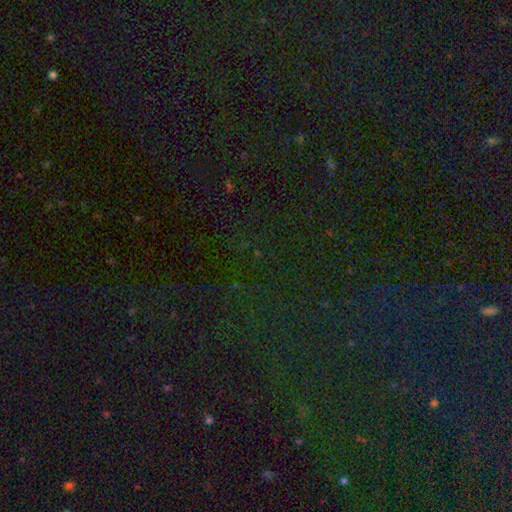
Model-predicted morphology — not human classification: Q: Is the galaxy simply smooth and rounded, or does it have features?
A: star or artifact — 81%.